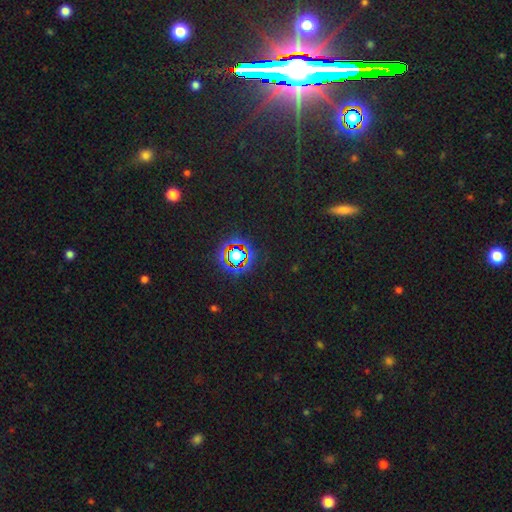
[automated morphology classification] Smooth or featured? star or artifact (78%)